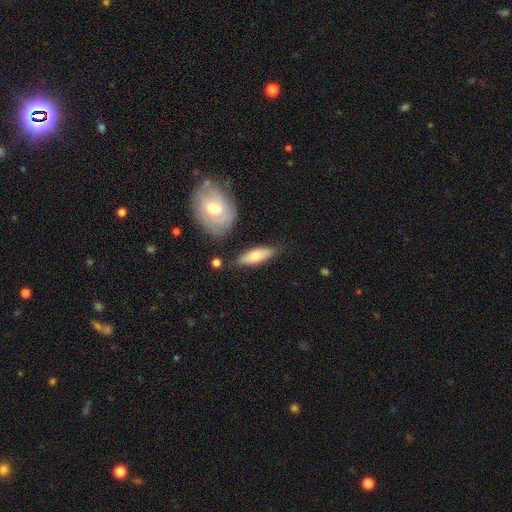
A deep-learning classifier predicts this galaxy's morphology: A smooth galaxy with no disk features (69%) that is in between round and cigar-shaped (58%).

Vote fractions:
- Smooth or featured? smooth: 69% / featured or disk: 26% / star or artifact: 6%
- How rounded? in between: 58% / cigar-shaped: 39% / round: 2%
- Merging? none: 76% / minor disturbance: 15% / merger: 5% / major disturbance: 4%